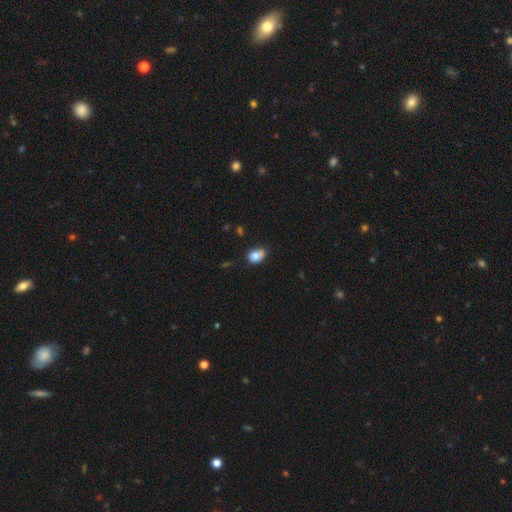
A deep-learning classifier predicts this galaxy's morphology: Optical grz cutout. It shows a smooth galaxy with no disk features (80%) that is in between round and cigar-shaped (69%). Merging: none (49%).